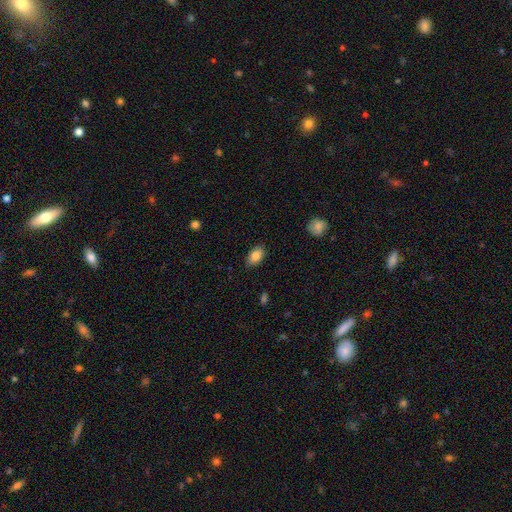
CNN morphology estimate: type=smooth (85%); roundness=in between (91%); merging=none (86%).